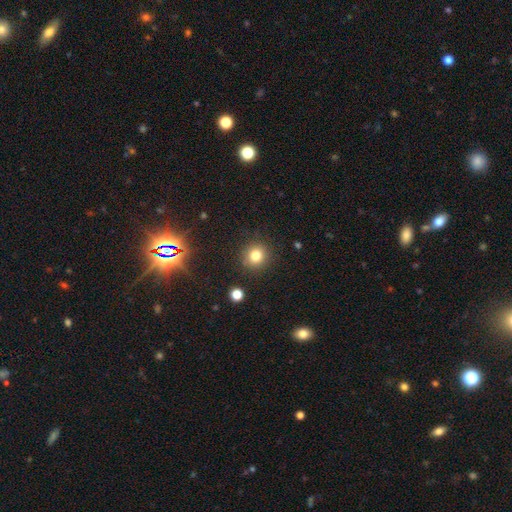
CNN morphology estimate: This is likely a smooth galaxy (80%). How rounded: clearly round (89%). Merging: clearly none (89%).